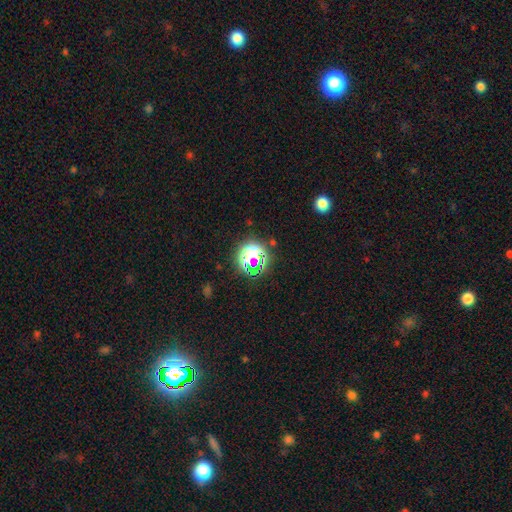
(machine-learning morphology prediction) smooth_or_featured: star or artifact (p=0.65) [alt: smooth p=0.24]